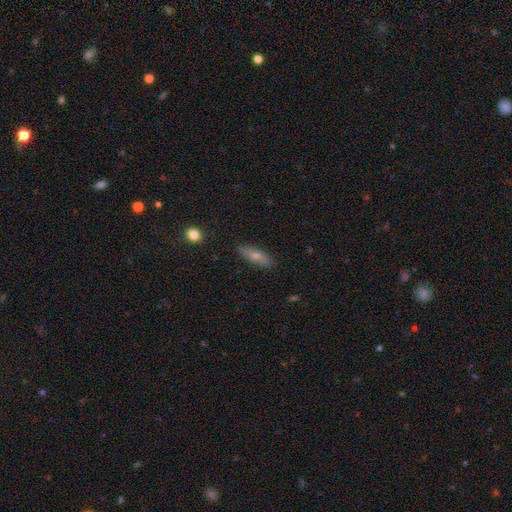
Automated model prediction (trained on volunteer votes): smooth_or_featured: smooth (p=0.52) [alt: featured or disk p=0.38]
how_rounded: cigar-shaped (p=0.54) [alt: in between p=0.43]
merging: none (p=0.87) [alt: minor disturbance p=0.10]